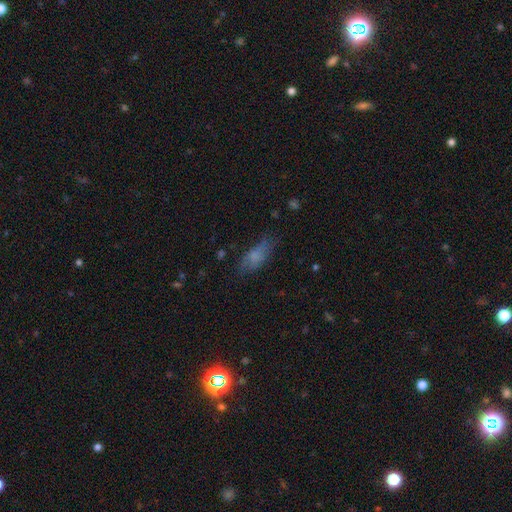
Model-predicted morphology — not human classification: Overall: smooth (67%). How rounded: in between (70%). Merging: none (58%; minor disturbance 26%).